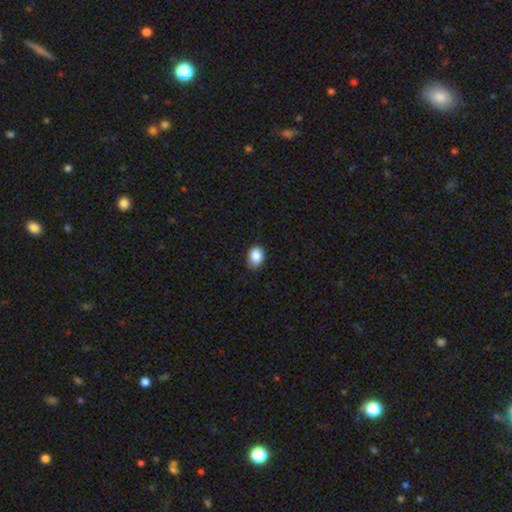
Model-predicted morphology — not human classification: The model was most divided on "how rounded": in between: 65%, round: 34%, cigar-shaped: 1%. More confident: smooth or featured — smooth (87%); merging — none (78%).